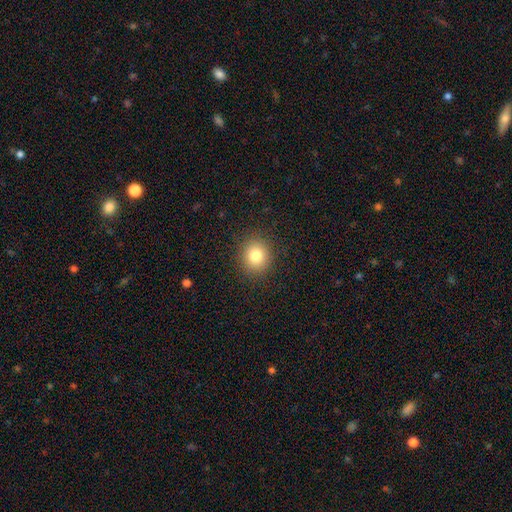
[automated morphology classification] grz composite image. It shows a smooth galaxy with no disk features (82%) that is round (79%). Merging: none (89%).